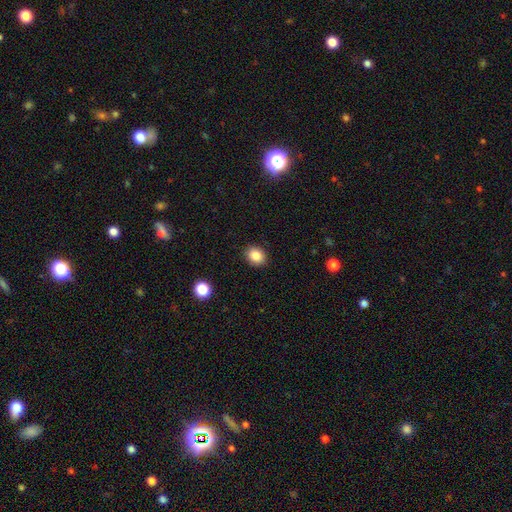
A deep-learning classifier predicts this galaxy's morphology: type=smooth (85%); roundness=round (60%); merging=none (91%).